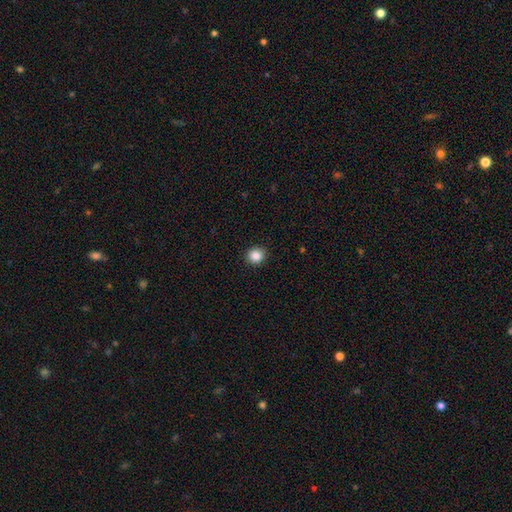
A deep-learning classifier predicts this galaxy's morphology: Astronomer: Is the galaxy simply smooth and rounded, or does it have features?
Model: smooth — 86%.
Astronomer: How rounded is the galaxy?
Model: round — 89%.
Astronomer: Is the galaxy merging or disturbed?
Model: none — 92%.